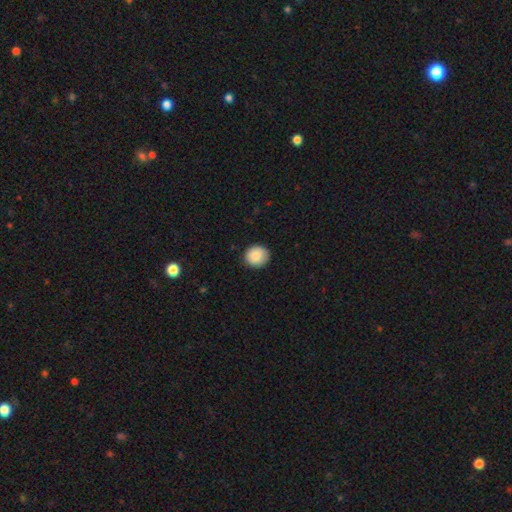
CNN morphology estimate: Smooth or featured: smooth — 88% (star or artifact — 8%)
How rounded: round — 90% (in between — 9%)
Merging: none — 89% (minor disturbance — 8%)